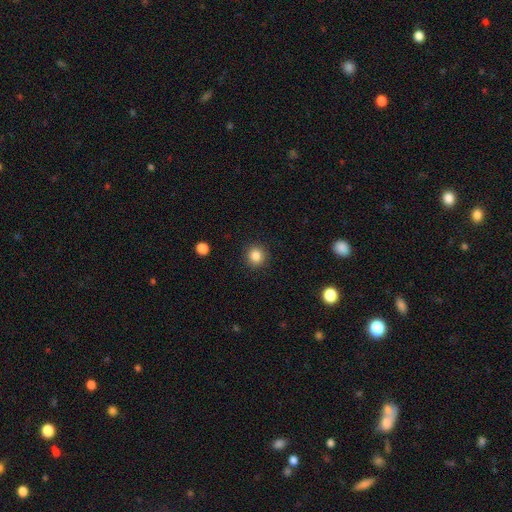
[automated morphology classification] Smooth or featured? Predicted: smooth (p=0.85). How rounded? Predicted: round (p=0.92). Merging? Predicted: none (p=0.92).